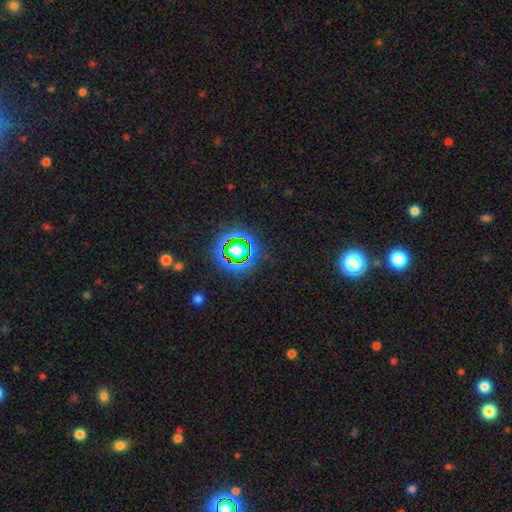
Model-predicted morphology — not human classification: smooth-or-featured: star or artifact: 74% | smooth: 19% | featured or disk: 7%